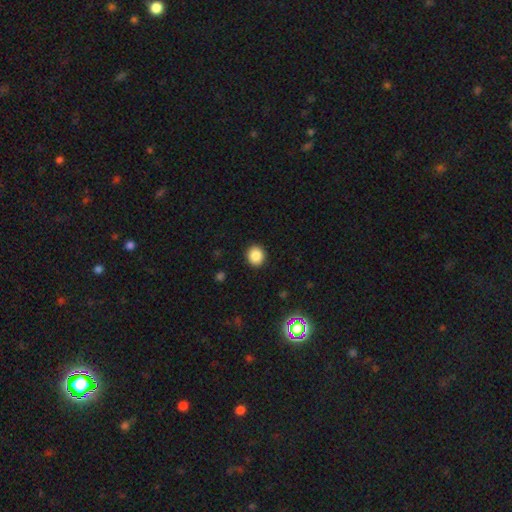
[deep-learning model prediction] Q: Smooth or featured?
A: smooth (86%); runner-up: star or artifact (10%)
Q: How rounded?
A: round (81%); runner-up: in between (18%)
Q: Merging?
A: none (91%); runner-up: minor disturbance (6%)